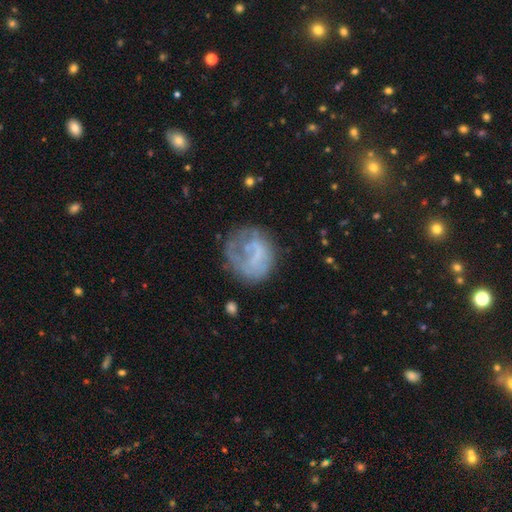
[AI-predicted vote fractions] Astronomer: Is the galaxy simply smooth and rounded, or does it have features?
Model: featured or disk — 48% (runner-up: smooth, 40%).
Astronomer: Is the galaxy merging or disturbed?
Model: none — 50% (runner-up: major disturbance, 26%).